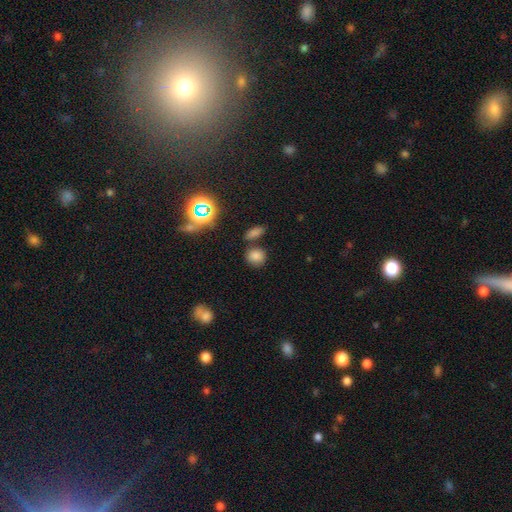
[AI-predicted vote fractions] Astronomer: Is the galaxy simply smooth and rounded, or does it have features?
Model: smooth — 77%.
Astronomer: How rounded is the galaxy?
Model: round — 75%.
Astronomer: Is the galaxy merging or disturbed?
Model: none — 73%.